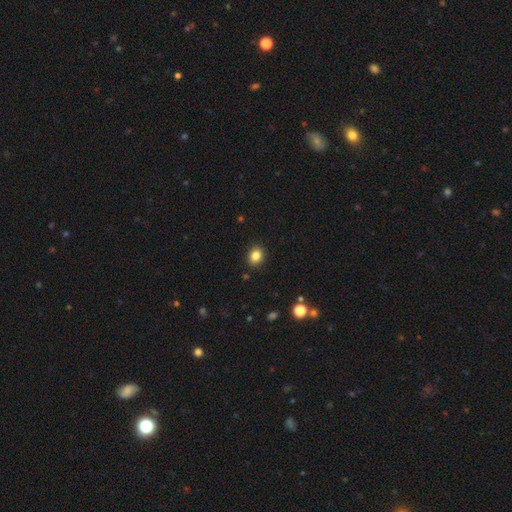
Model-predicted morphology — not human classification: Smooth or featured: smooth — 84% (star or artifact — 11%)
How rounded: round — 52% (in between — 47%)
Merging: none — 90% (minor disturbance — 7%)